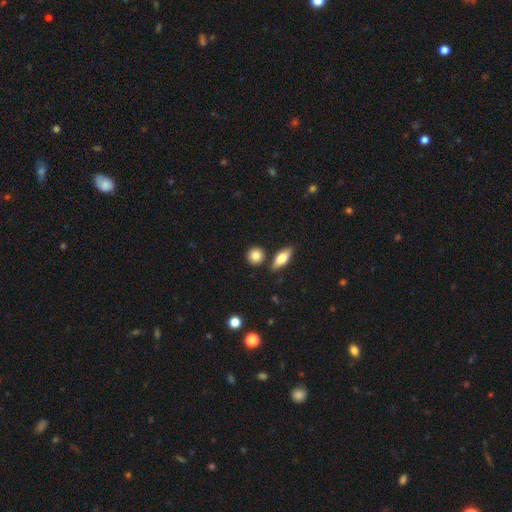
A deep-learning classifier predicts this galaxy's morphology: Smooth or featured? Predicted: smooth (p=0.83). How rounded? Predicted: round (p=0.79). Merging? Predicted: none (p=0.82).